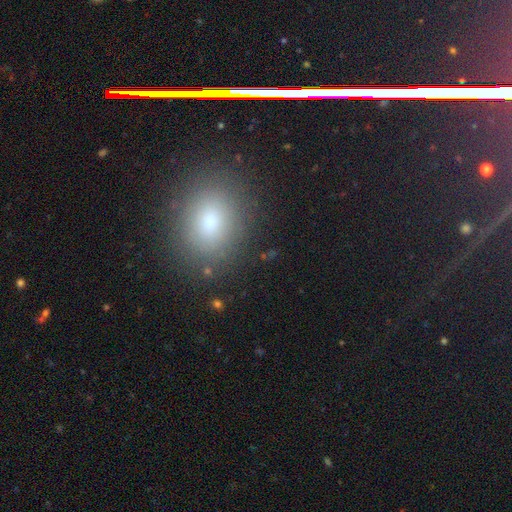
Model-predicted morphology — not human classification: type=smooth (54%); roundness=in between (67%); merging=none (86%).